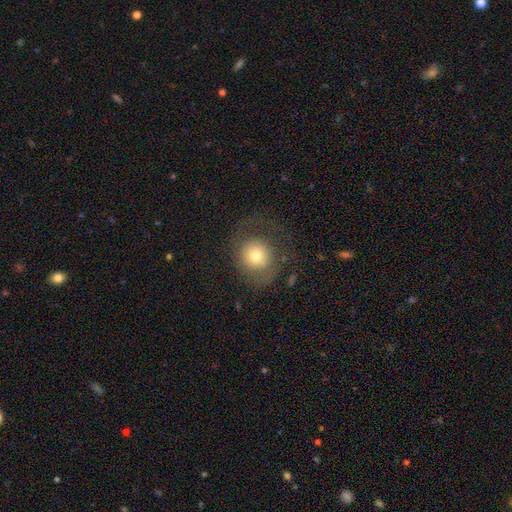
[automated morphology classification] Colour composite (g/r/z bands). It shows a smooth galaxy with no disk features (61%) that is round (84%). Merging: none (51%).